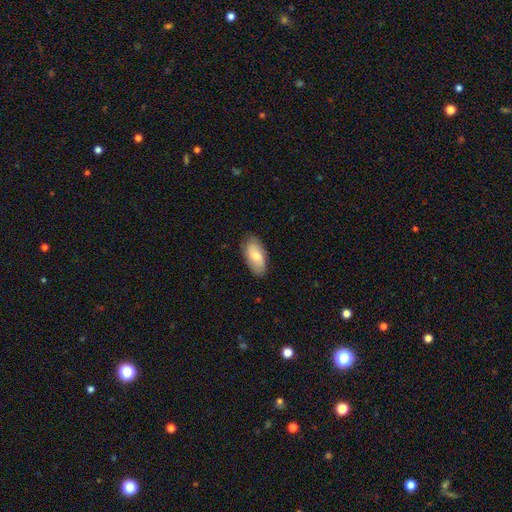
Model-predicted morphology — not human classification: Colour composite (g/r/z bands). It shows a smooth galaxy with no disk features (73%) that is in between round and cigar-shaped (93%). Merging: none (83%).